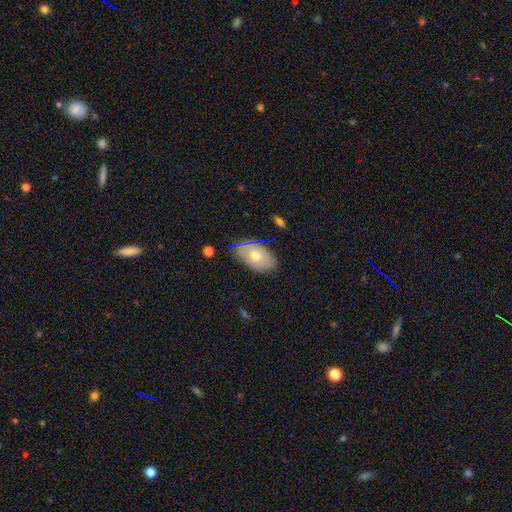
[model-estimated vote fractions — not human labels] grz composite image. It shows a smooth galaxy with no disk features (54%) that is in between round and cigar-shaped (88%). Merging: none (72%).